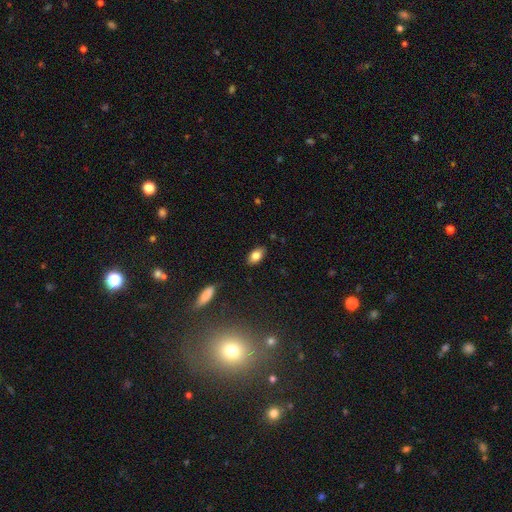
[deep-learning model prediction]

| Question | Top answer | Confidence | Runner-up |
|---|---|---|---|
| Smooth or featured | smooth | 81% | featured or disk (11%) |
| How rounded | in between | 91% | round (6%) |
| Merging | none | 86% | minor disturbance (10%) |